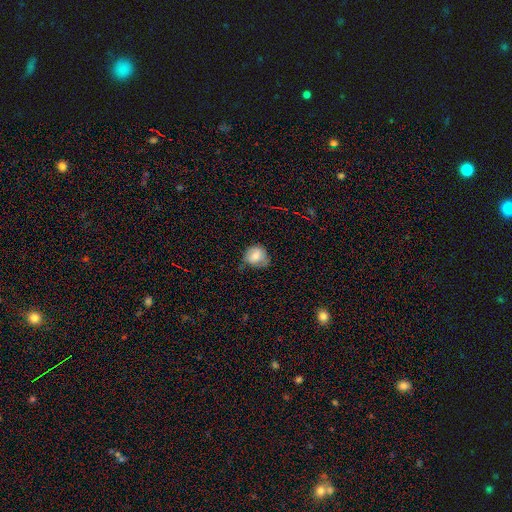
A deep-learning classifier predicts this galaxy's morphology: Overall: smooth (73%). How rounded: round (69%; in between 30%). Merging: none (45%; minor disturbance 38%).